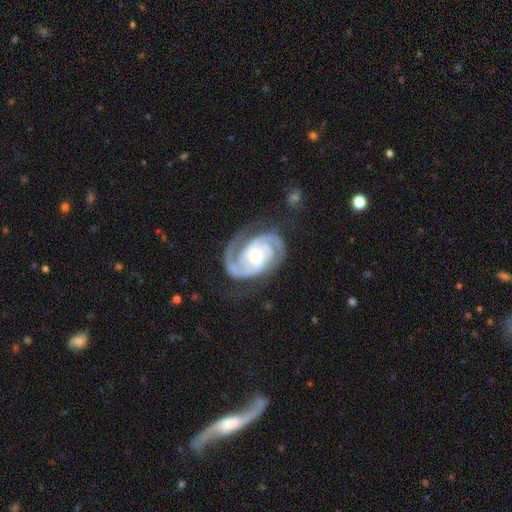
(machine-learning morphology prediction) Smooth or featured: featured or disk — 93% (smooth — 4%)
Edge-on disk: no — 98% (yes — 2%)
Bar: no — 51% (weak — 36%)
Spiral arms: yes — 98% (no — 2%)
Spiral winding: tight — 55% (medium — 39%)
Spiral arm count: 2 — 67% (3 — 19%)
Bulge size: moderate — 57% (small — 36%)
Merging: none — 70% (minor disturbance — 18%)